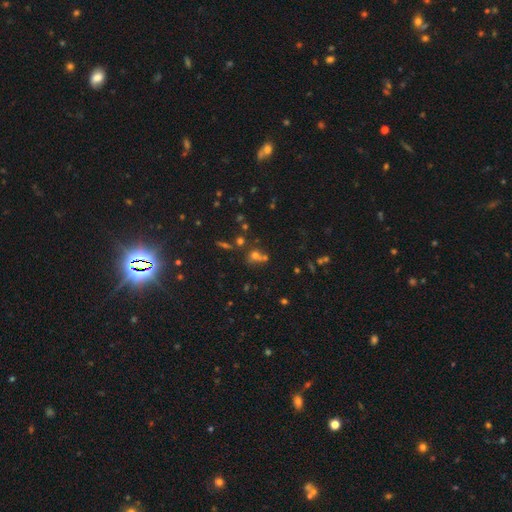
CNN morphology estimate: Q: Smooth or featured?
A: smooth (57%); runner-up: star or artifact (29%)
Q: How rounded?
A: round (75%); runner-up: in between (23%)
Q: Merging?
A: none (48%); runner-up: merger (34%)